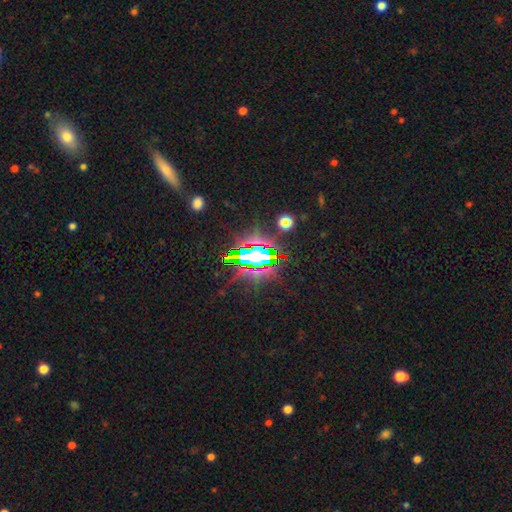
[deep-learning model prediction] Smooth or featured? star or artifact (75%)